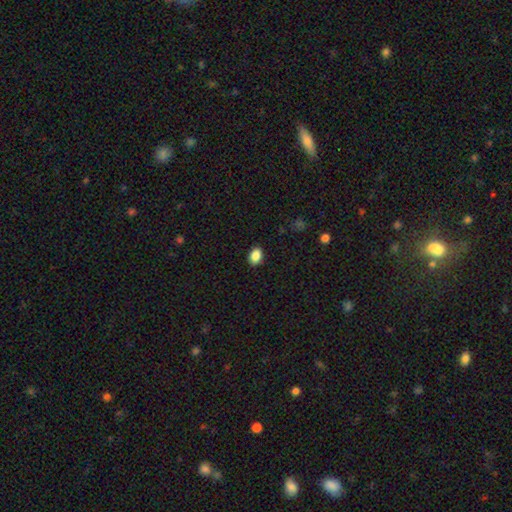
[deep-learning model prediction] smooth_or_featured: smooth (p=0.88) [alt: star or artifact p=0.09]
how_rounded: in between (p=0.81) [alt: round p=0.18]
merging: none (p=0.89) [alt: minor disturbance p=0.08]